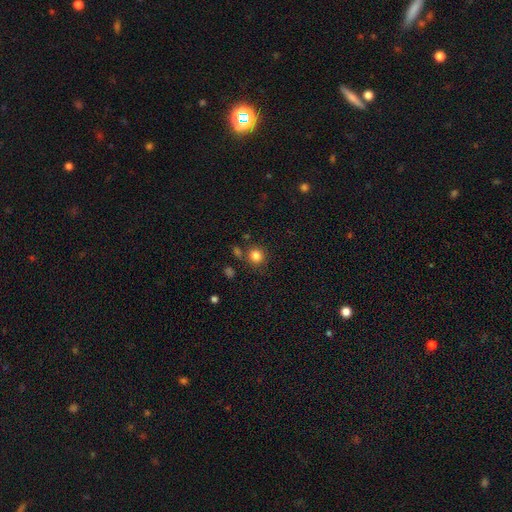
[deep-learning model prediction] This is clearly a smooth galaxy (82%). How rounded: clearly round (90%). Merging: likely none (79%).